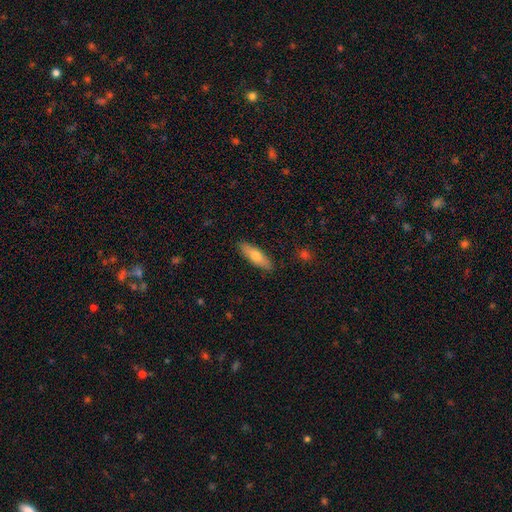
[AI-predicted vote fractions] smooth-or-featured: smooth: 68% | featured or disk: 26% | star or artifact: 6%
  how-rounded: cigar-shaped: 55% | in between: 43% | round: 2%
  merging: none: 89% | minor disturbance: 8% | major disturbance: 2% | merger: 1%